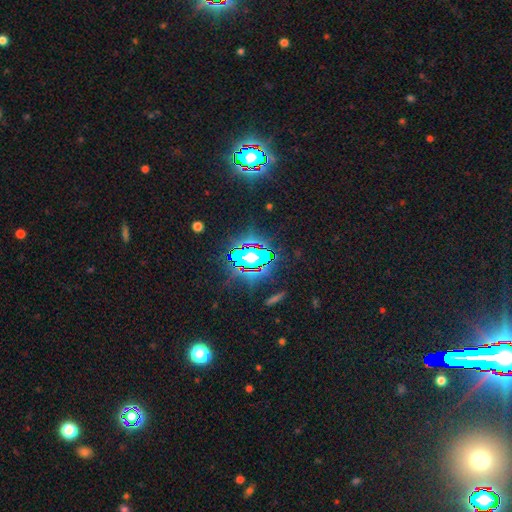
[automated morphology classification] smooth_or_featured: star or artifact (p=0.67) [alt: smooth p=0.19]